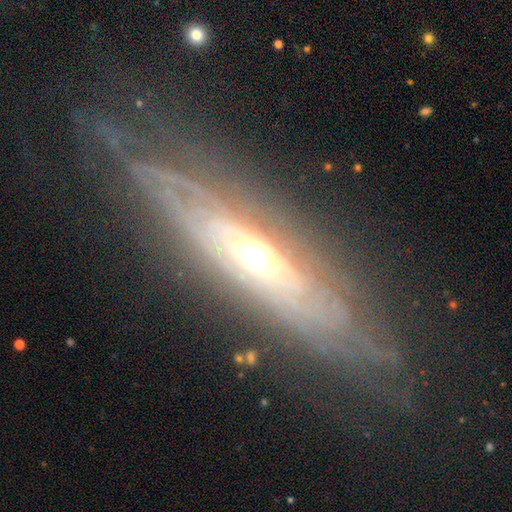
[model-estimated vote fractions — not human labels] smooth_or_featured: featured or disk (p=0.84) [alt: smooth p=0.09]
disk_edge_on: no (p=0.62) [alt: yes p=0.38]
bar: no (p=0.76) [alt: weak p=0.16]
has_spiral_arms: yes (p=0.75) [alt: no p=0.25]
bulge_size: moderate (p=0.68) [alt: small p=0.19]
merging: none (p=0.70) [alt: minor disturbance p=0.18]